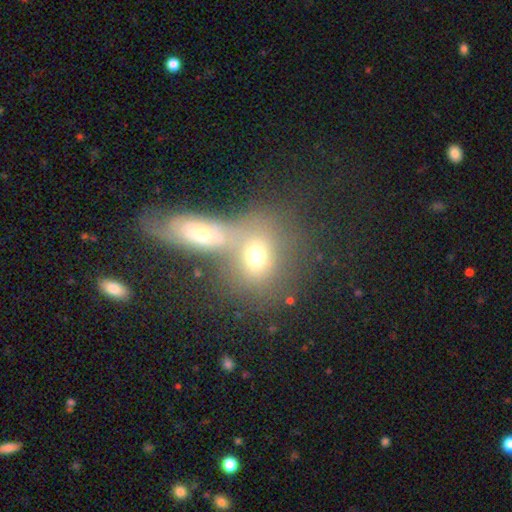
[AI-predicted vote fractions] smooth_or_featured: smooth (p=0.65) [alt: featured or disk p=0.22]
how_rounded: round (p=0.51) [alt: in between p=0.46]
merging: merger (p=0.53) [alt: none p=0.32]